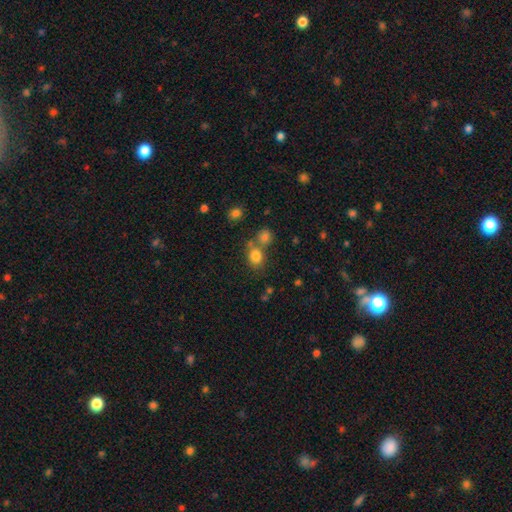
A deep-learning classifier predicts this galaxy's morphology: type=smooth (80%); roundness=round (55%); merging=none (54%).